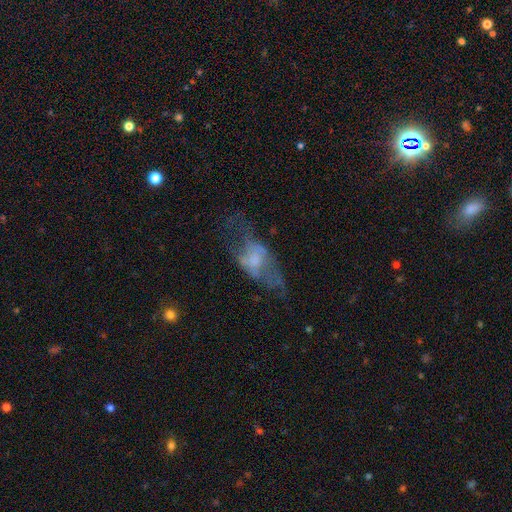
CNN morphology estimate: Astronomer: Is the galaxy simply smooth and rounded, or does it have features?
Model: featured or disk — 52% (runner-up: smooth, 31%).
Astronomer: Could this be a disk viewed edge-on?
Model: no — 78%.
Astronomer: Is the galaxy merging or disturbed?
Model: none — 47% (runner-up: major disturbance, 27%).